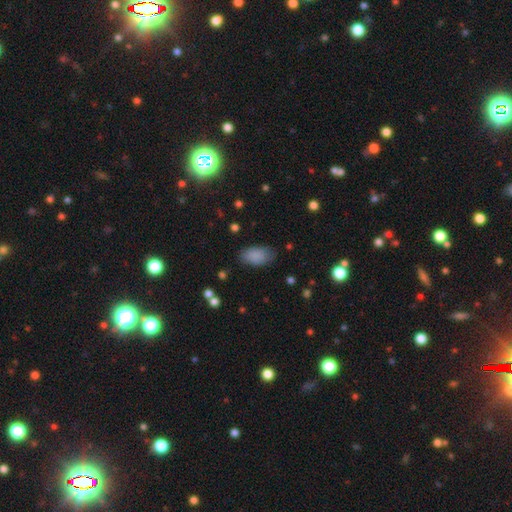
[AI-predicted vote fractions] smooth-or-featured: smooth: 86% | star or artifact: 8% | featured or disk: 6%
  how-rounded: in between: 93% | round: 4% | cigar-shaped: 2%
  merging: none: 76% | minor disturbance: 18% | major disturbance: 5% | merger: 1%